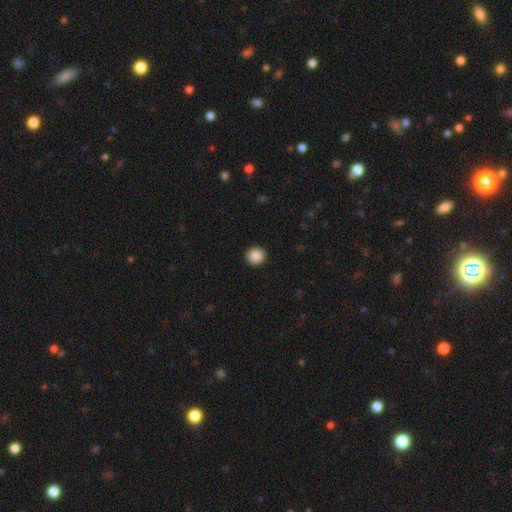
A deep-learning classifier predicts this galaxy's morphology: type=smooth (88%); roundness=round (93%); merging=none (93%).